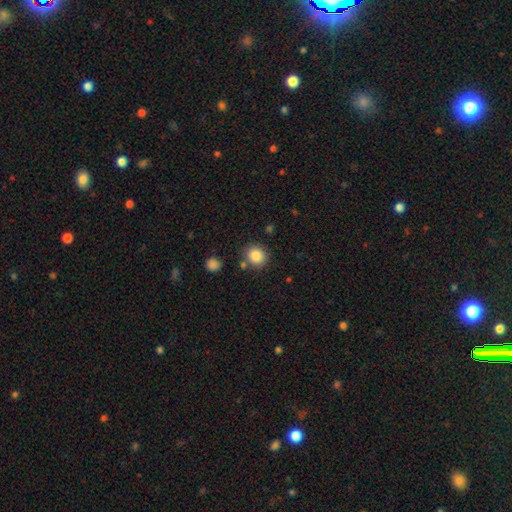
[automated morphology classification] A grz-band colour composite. It shows a smooth galaxy with no disk features (86%) that is round (84%). Merging: none (81%).